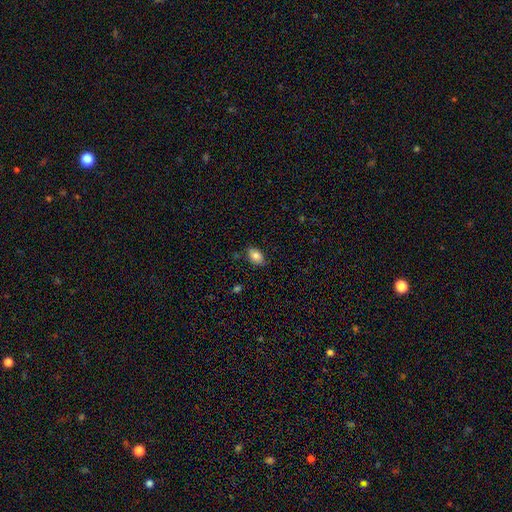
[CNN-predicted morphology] A smooth galaxy with no disk features (80%) that is in between round and cigar-shaped (85%). Merging: none (80%).